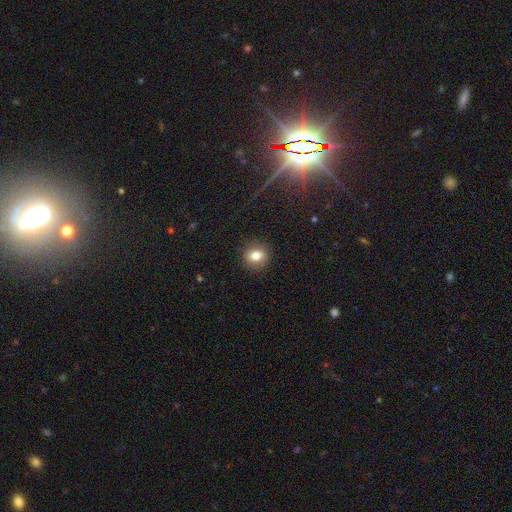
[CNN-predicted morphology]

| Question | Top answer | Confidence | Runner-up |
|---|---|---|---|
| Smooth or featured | smooth | 80% | star or artifact (11%) |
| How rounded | round | 76% | in between (23%) |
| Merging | none | 89% | minor disturbance (7%) |